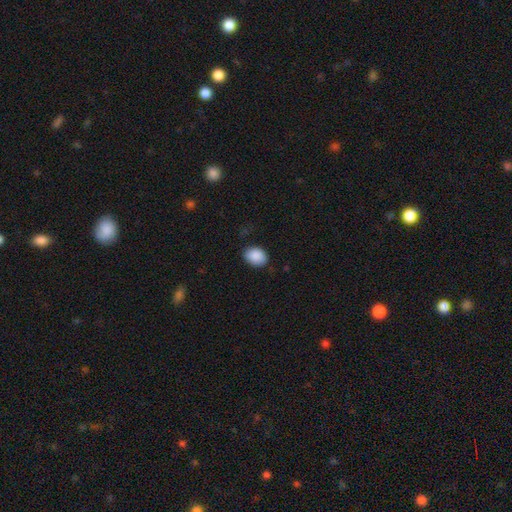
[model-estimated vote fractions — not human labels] Smooth or featured: smooth — 89% (star or artifact — 7%)
How rounded: in between — 66% (round — 33%)
Merging: none — 79% (minor disturbance — 17%)